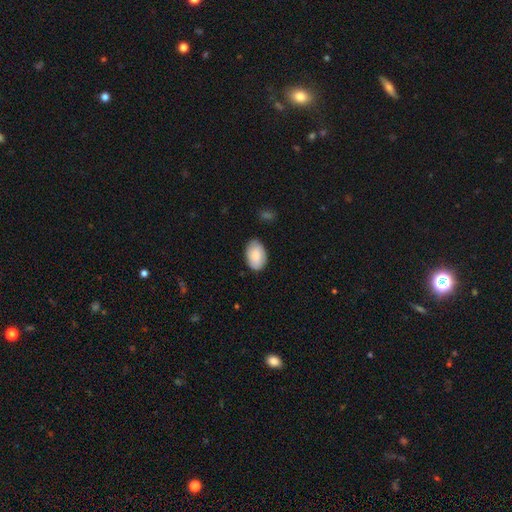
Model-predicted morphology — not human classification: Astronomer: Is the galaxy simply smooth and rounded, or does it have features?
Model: smooth — 79%.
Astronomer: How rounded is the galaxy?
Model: in between — 90%.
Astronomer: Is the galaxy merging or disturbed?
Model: none — 80%.